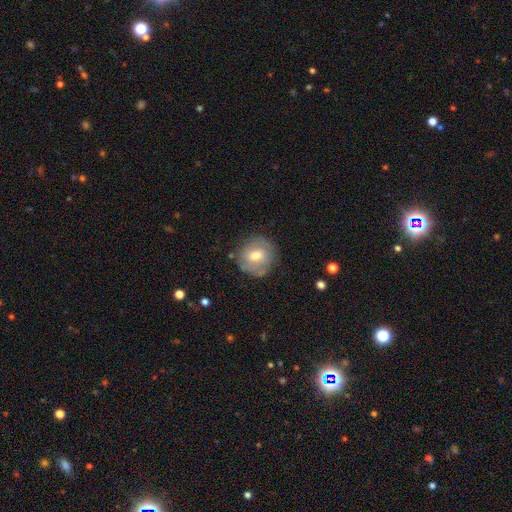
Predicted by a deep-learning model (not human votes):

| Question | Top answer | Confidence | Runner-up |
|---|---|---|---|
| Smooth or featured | smooth | 55% | featured or disk (37%) |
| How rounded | round | 89% | in between (10%) |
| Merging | none | 79% | minor disturbance (15%) |